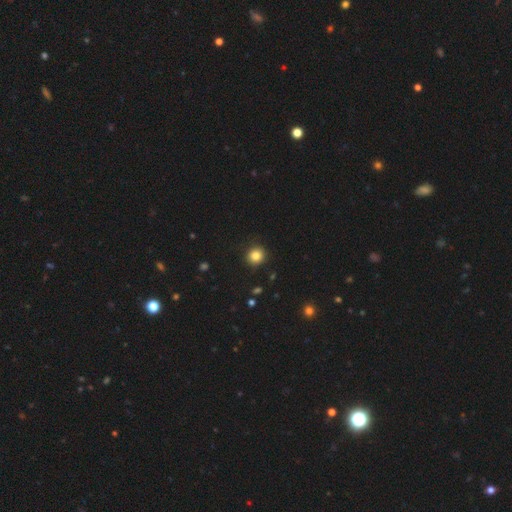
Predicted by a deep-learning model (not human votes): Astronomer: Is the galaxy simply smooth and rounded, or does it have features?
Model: smooth — 84%.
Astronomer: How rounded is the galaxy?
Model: round — 92%.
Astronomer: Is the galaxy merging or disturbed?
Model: none — 91%.